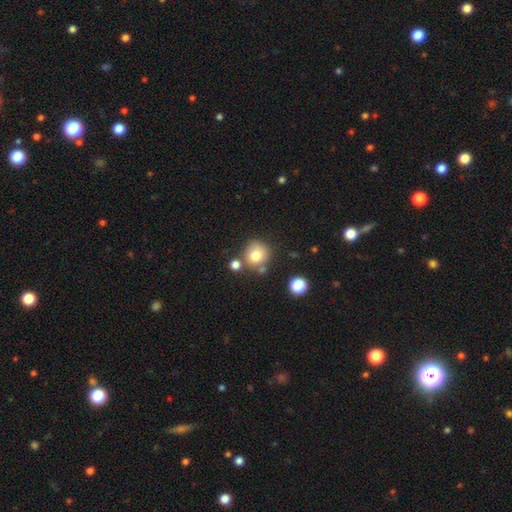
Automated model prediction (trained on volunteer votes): Overall: smooth (76%). How rounded: round (88%). Merging: none (67%).